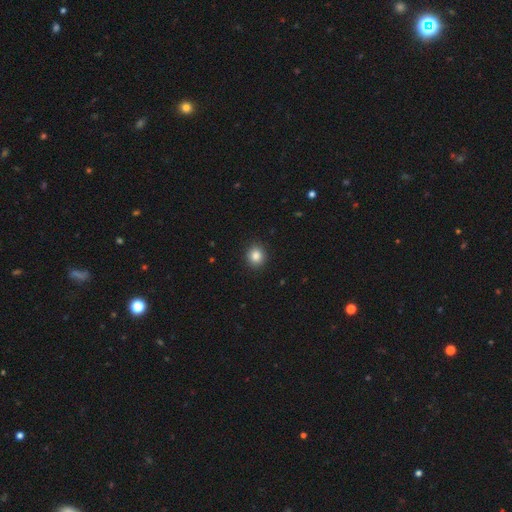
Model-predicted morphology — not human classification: Smooth or featured? smooth (85%)
How rounded? round (82%)
Merging? none (91%)